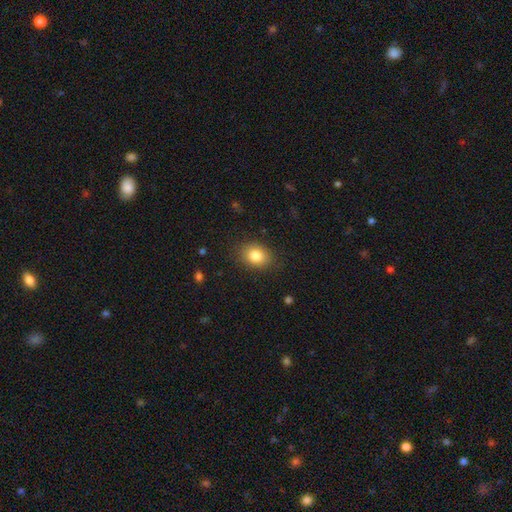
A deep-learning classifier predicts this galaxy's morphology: Smooth or featured?
  - smooth: 83% *
  - star or artifact: 9%
  - featured or disk: 8%
How rounded?
  - in between: 63% *
  - round: 36%
  - cigar-shaped: 1%
Merging?
  - none: 84% *
  - minor disturbance: 12%
  - major disturbance: 3%
  - merger: 1%